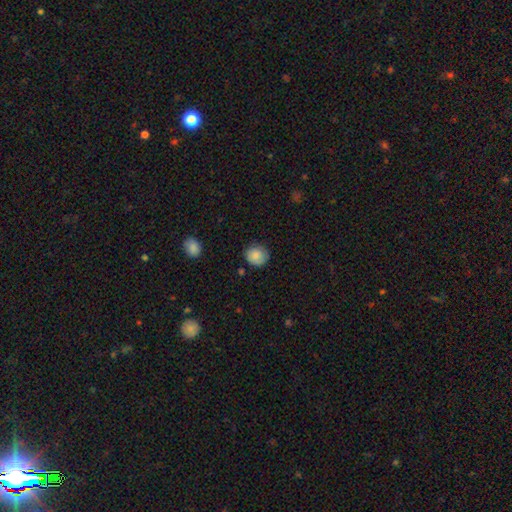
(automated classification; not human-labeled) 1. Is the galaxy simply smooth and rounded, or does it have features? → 85% smooth, 8% star or artifact, 7% featured or disk.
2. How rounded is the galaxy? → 81% round, 18% in between, 1% cigar-shaped.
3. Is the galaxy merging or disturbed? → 80% none, 15% minor disturbance, 3% major disturbance, 2% merger.